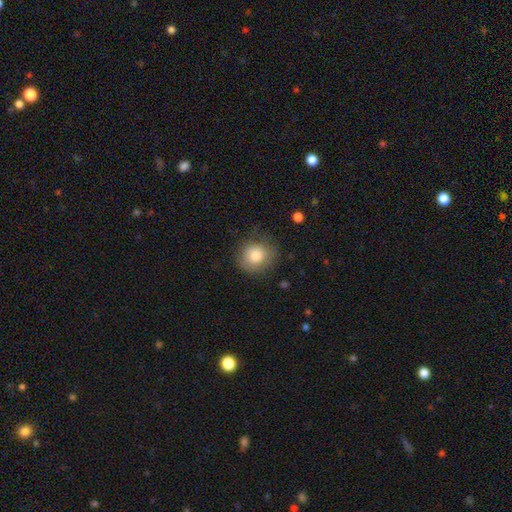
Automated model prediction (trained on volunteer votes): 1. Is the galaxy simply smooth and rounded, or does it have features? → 80% smooth, 11% featured or disk, 9% star or artifact.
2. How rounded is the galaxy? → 88% round, 11% in between, 1% cigar-shaped.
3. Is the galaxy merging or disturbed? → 76% none, 17% minor disturbance, 6% major disturbance, 1% merger.